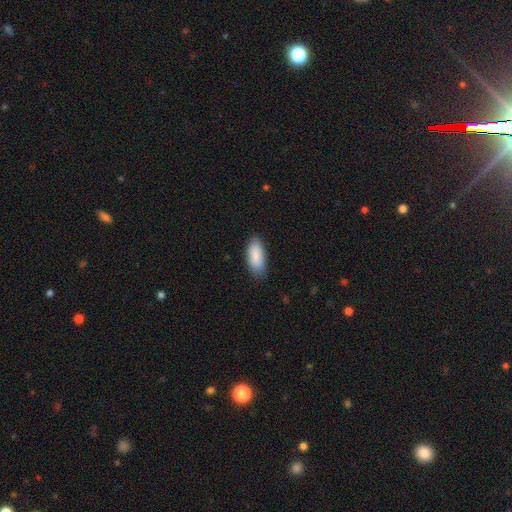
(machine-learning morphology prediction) Smooth or featured?
  - smooth: 89% *
  - star or artifact: 6%
  - featured or disk: 6%
How rounded?
  - in between: 85% *
  - cigar-shaped: 13%
  - round: 2%
Merging?
  - none: 81% *
  - minor disturbance: 15%
  - major disturbance: 3%
  - merger: 1%